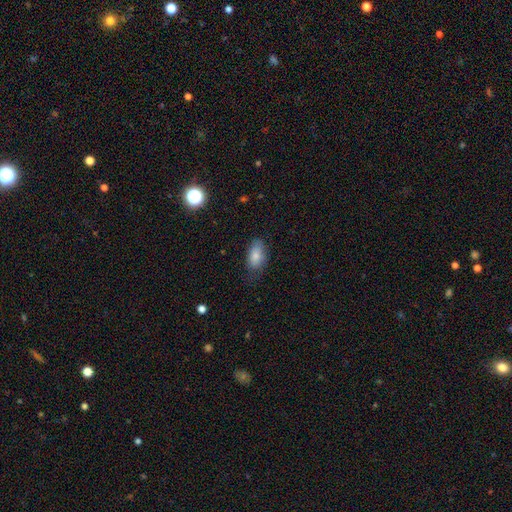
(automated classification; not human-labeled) This appears to be a smooth galaxy with no disk features (82%) that is in between round and cigar-shaped (92%). Merging: none (62%).